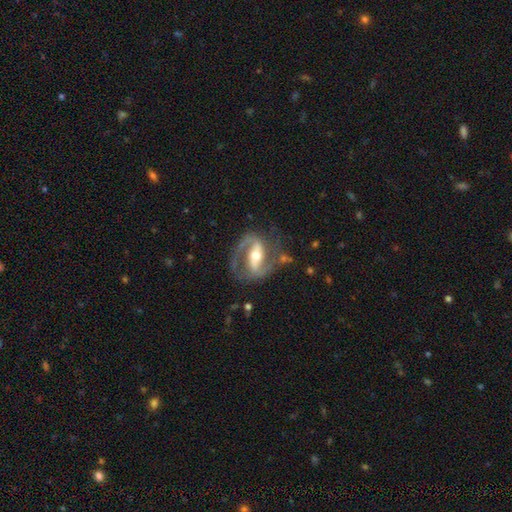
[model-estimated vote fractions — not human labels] Overall: featured or disk (90%). Edge-on disk: no (96%). Bar: strong (60%; weak 28%). Spiral arms: yes (96%). Spiral arm count: 2 (91%). Spiral winding: medium (60%). Bulge size: moderate (66%). Merging: none (73%).